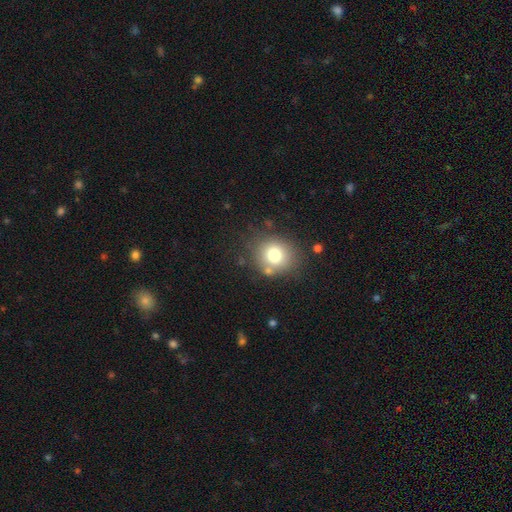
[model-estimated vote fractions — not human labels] smooth_or_featured: smooth (p=0.61) [alt: star or artifact p=0.30]
how_rounded: round (p=0.88) [alt: in between p=0.11]
merging: none (p=0.88) [alt: minor disturbance p=0.07]